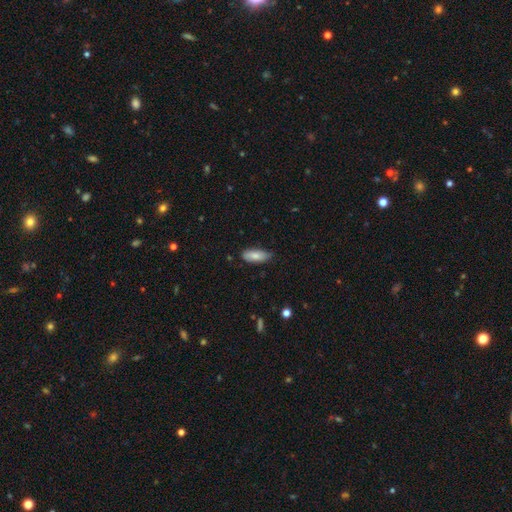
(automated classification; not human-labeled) The model was most divided on "merging": none: 77%, minor disturbance: 19%, major disturbance: 3%, merger: 1%. More confident: smooth or featured — smooth (81%); how rounded — in between (79%).